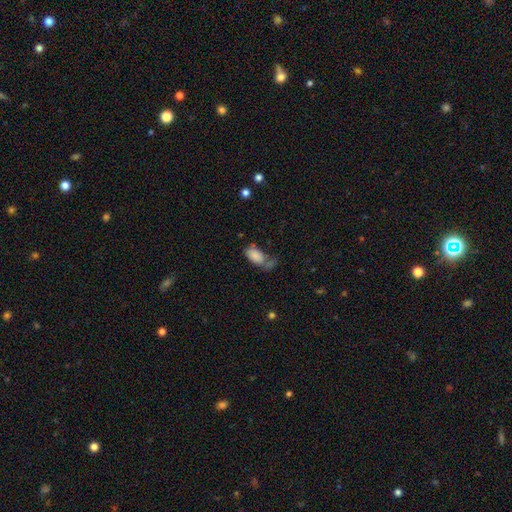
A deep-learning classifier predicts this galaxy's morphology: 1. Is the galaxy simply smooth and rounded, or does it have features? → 83% smooth, 9% featured or disk, 8% star or artifact.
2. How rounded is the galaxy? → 93% in between, 4% round, 3% cigar-shaped.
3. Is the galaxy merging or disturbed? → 39% none, 23% minor disturbance, 22% merger, 17% major disturbance.